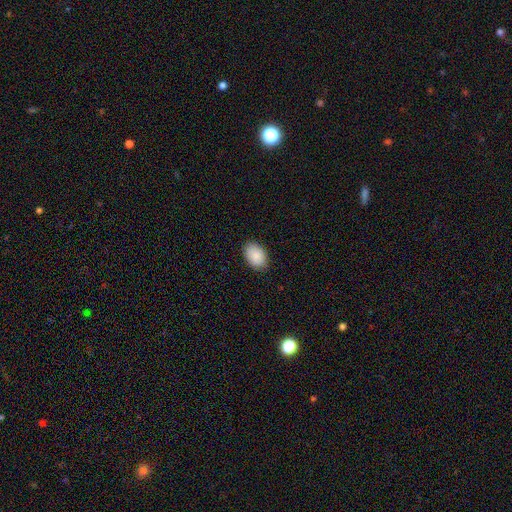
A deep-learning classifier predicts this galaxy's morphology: Q: Smooth or featured?
A: smooth (88%); runner-up: star or artifact (6%)
Q: How rounded?
A: in between (85%); runner-up: round (14%)
Q: Merging?
A: none (87%); runner-up: minor disturbance (10%)